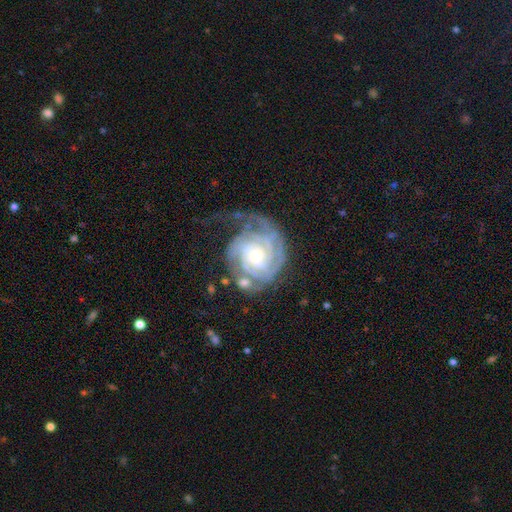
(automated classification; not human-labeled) smooth_or_featured: featured or disk (p=0.90) [alt: smooth p=0.05]
disk_edge_on: no (p=0.98) [alt: yes p=0.02]
bar: no (p=0.72) [alt: weak p=0.21]
has_spiral_arms: yes (p=0.98) [alt: no p=0.02]
spiral_winding: tight (p=0.79) [alt: medium p=0.17]
spiral_arm_count: 2 (p=0.26) [alt: 3 p=0.24]
bulge_size: small (p=0.62) [alt: moderate p=0.34]
merging: none (p=0.51) [alt: minor disturbance p=0.23]